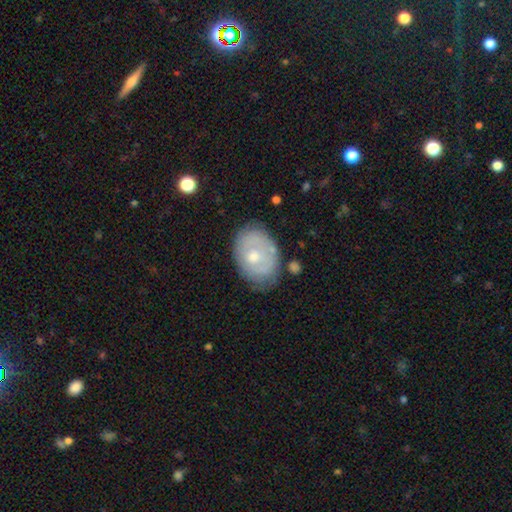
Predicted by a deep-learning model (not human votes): This is possibly a smooth galaxy (49%). Merging: likely none (67%).